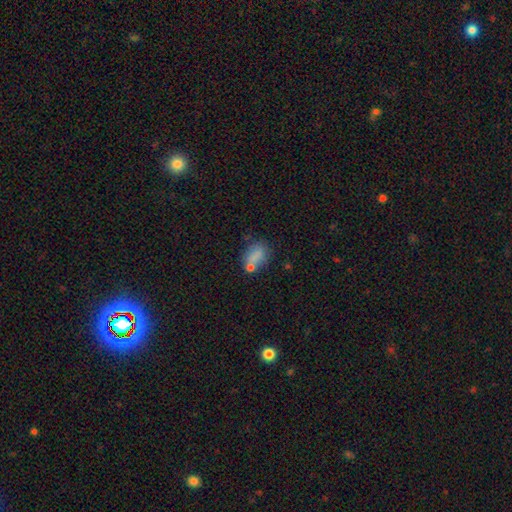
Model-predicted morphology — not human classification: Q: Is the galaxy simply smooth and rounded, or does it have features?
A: smooth — 76%.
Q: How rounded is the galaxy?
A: in between — 74%.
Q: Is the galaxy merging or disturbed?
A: none — 51%.